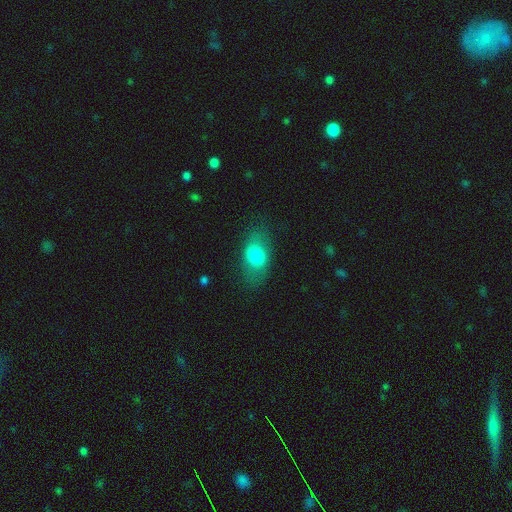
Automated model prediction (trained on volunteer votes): Smooth or featured?
  - smooth: 74% *
  - featured or disk: 18%
  - star or artifact: 8%
How rounded?
  - in between: 82% *
  - round: 14%
  - cigar-shaped: 4%
Merging?
  - none: 73% *
  - minor disturbance: 18%
  - major disturbance: 8%
  - merger: 1%